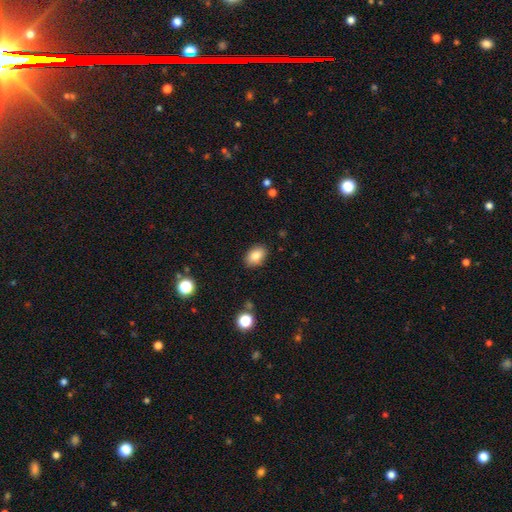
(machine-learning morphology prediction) Smooth or featured? Predicted: smooth (p=0.84). How rounded? Predicted: in between (p=0.85). Merging? Predicted: none (p=0.87).